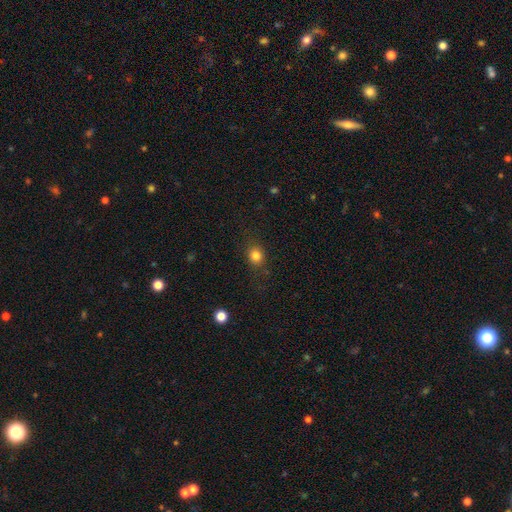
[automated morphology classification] This appears to be a smooth galaxy with no disk features (82%) that is round (73%). Merging: none (82%).